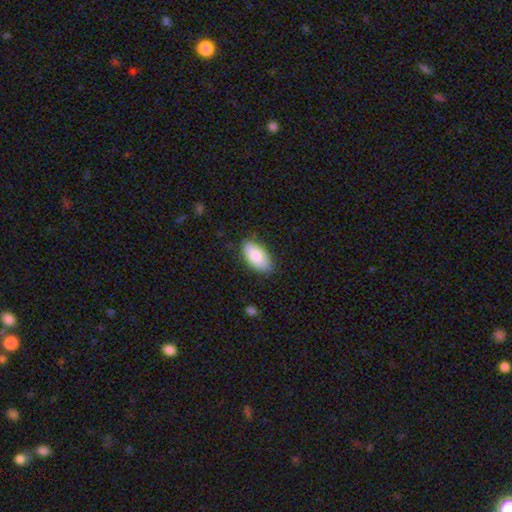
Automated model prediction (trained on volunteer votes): A smooth galaxy with no disk features (82%) that is in between round and cigar-shaped (94%). Merging: none (81%).